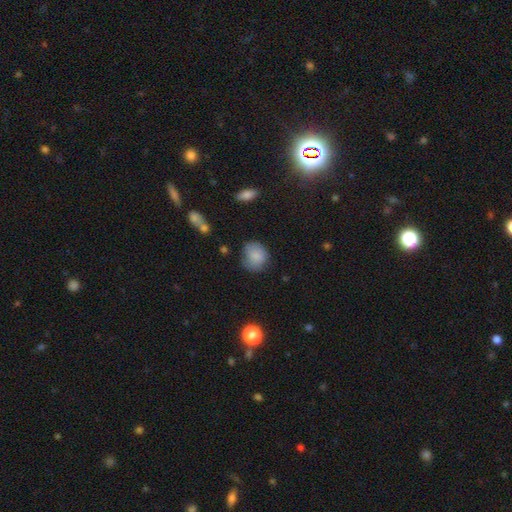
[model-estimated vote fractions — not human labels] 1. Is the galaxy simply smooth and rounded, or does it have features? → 82% smooth, 9% featured or disk, 9% star or artifact.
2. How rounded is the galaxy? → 69% round, 30% in between, 1% cigar-shaped.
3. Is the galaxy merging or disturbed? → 68% none, 24% minor disturbance, 6% major disturbance, 2% merger.